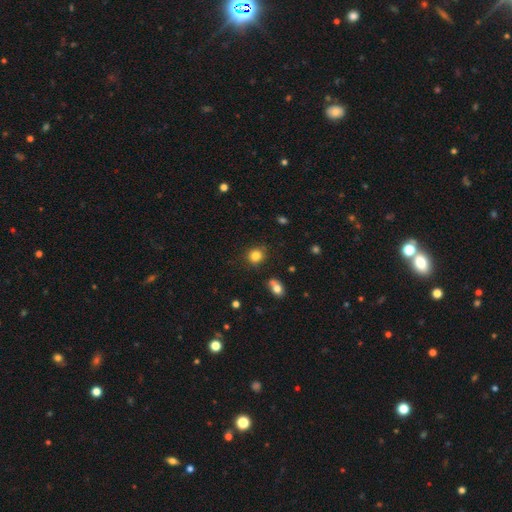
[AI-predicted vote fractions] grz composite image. It shows a smooth galaxy with no disk features (83%) that is round (85%). Merging: none (82%).